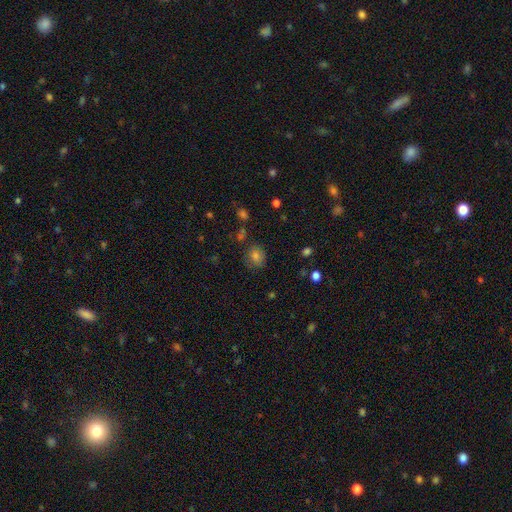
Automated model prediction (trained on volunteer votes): Smooth or featured?
  - smooth: 74% *
  - star or artifact: 18%
  - featured or disk: 8%
How rounded?
  - round: 76% *
  - in between: 23%
  - cigar-shaped: 1%
Merging?
  - none: 78% *
  - minor disturbance: 14%
  - major disturbance: 5%
  - merger: 3%